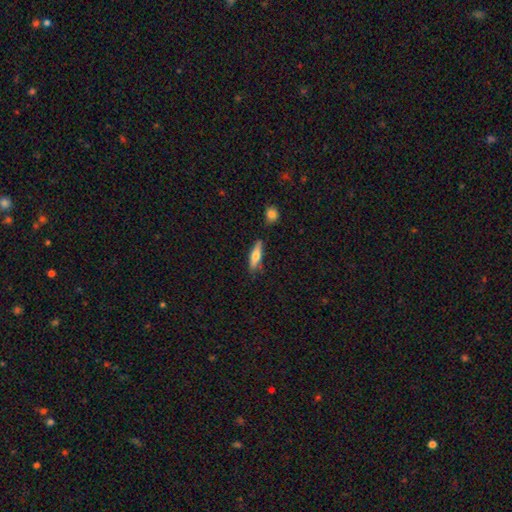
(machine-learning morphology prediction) Smooth or featured?
  - smooth: 60% *
  - featured or disk: 33%
  - star or artifact: 6%
How rounded?
  - cigar-shaped: 63% *
  - in between: 35%
  - round: 2%
Merging?
  - none: 77% *
  - minor disturbance: 15%
  - merger: 5%
  - major disturbance: 3%